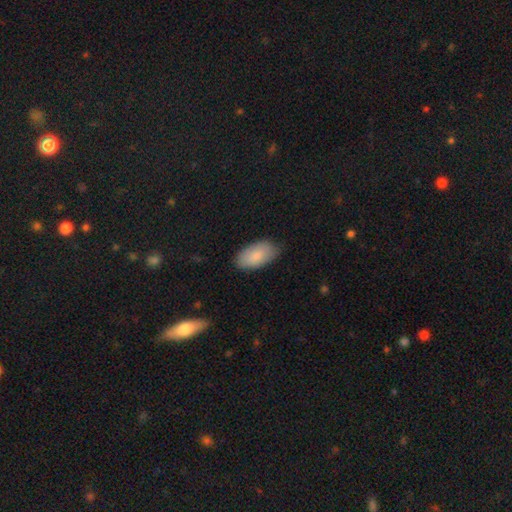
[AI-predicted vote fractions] Smooth or featured: smooth — 86% (featured or disk — 9%)
How rounded: in between — 95% (round — 2%)
Merging: none — 80% (minor disturbance — 16%)